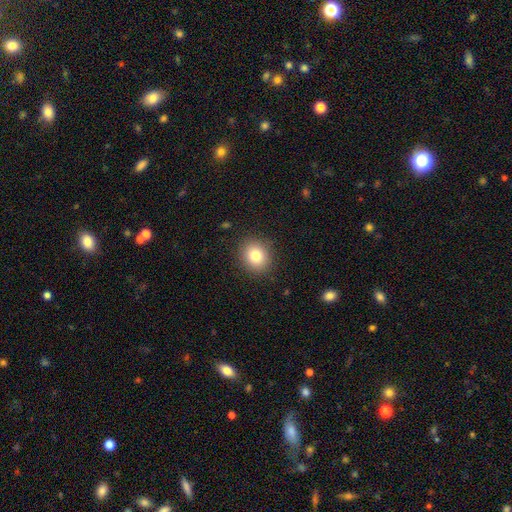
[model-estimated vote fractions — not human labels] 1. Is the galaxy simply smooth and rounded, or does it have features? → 81% smooth, 10% star or artifact, 9% featured or disk.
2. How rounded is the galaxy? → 71% round, 28% in between, 1% cigar-shaped.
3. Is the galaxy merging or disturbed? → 88% none, 8% minor disturbance, 3% major disturbance, 1% merger.